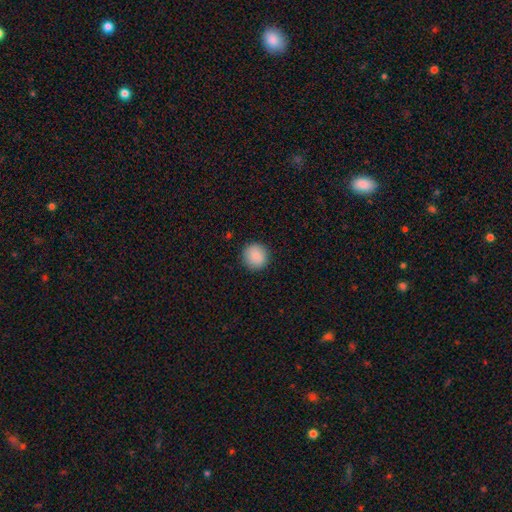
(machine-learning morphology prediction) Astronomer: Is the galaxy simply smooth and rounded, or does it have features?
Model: smooth — 89%.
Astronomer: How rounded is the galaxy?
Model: round — 94%.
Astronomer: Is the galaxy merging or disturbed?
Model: none — 92%.